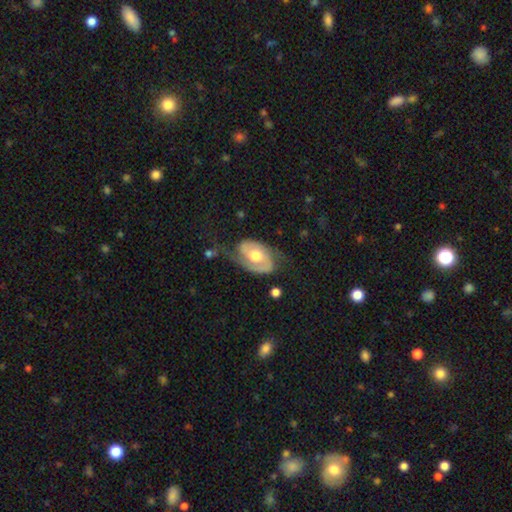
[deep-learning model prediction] A featured or disk galaxy (78%) with no bar (65%), 2 (80%) medium (42%) spiral arms (87%) and a moderate central bulge (70%). Merging: none (50%).